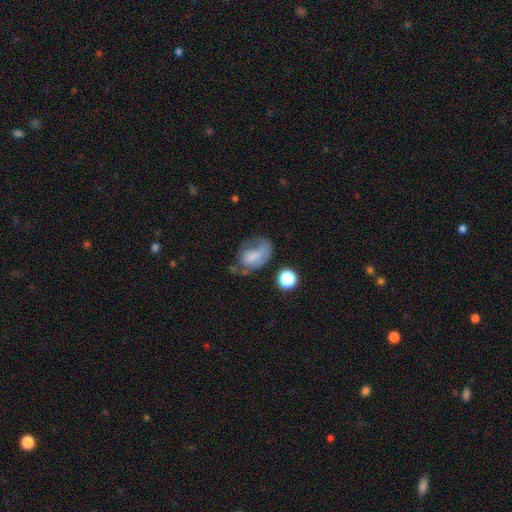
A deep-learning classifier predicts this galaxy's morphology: Smooth or featured?
  - smooth: 53% *
  - featured or disk: 35%
  - star or artifact: 12%
How rounded?
  - in between: 77% *
  - round: 21%
  - cigar-shaped: 2%
Merging?
  - major disturbance: 39% *
  - none: 28%
  - minor disturbance: 27%
  - merger: 6%